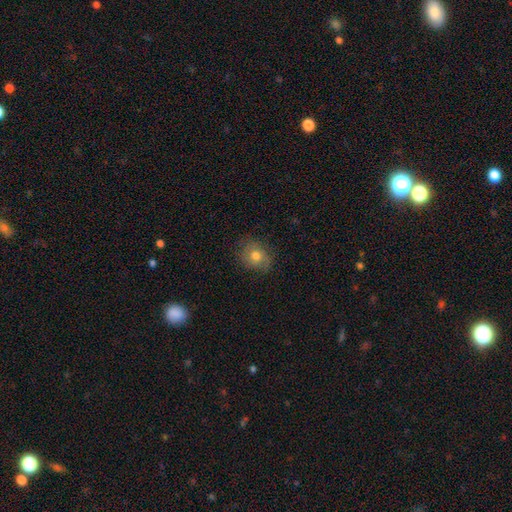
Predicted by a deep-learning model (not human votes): smooth_or_featured: smooth (p=0.74) [alt: featured or disk p=0.16]
how_rounded: round (p=0.70) [alt: in between p=0.29]
merging: none (p=0.78) [alt: minor disturbance p=0.16]